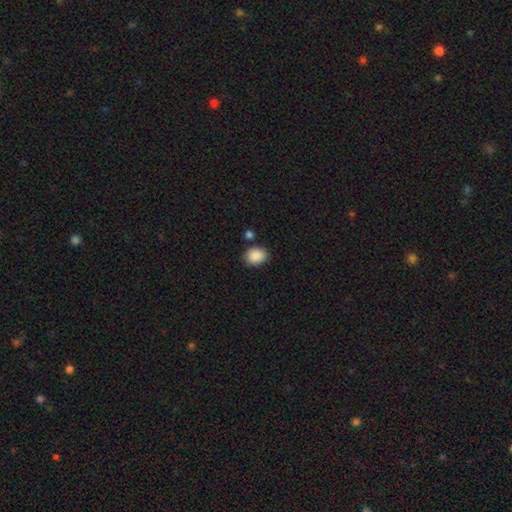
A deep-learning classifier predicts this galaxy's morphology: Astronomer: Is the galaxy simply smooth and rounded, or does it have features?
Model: smooth — 89%.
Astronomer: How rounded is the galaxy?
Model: in between — 59% (runner-up: round, 40%).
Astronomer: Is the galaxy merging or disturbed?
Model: none — 81%.